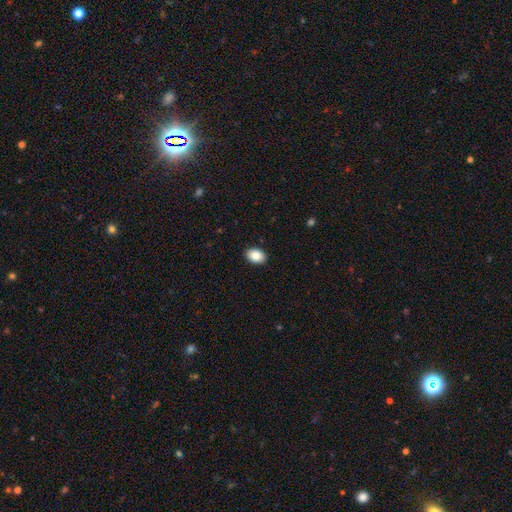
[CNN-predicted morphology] smooth_or_featured: smooth (p=0.87) [alt: star or artifact p=0.08]
how_rounded: in between (p=0.83) [alt: round p=0.16]
merging: none (p=0.91) [alt: minor disturbance p=0.07]